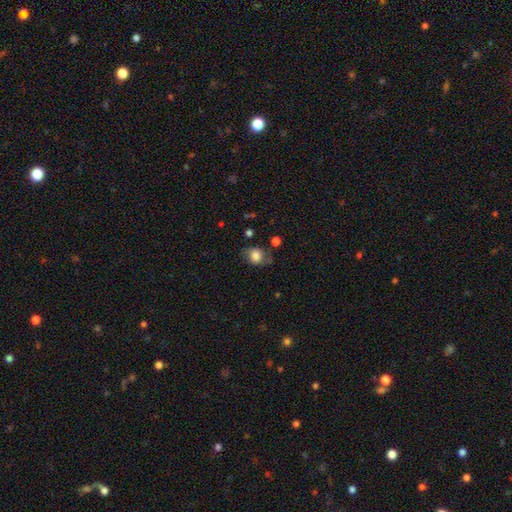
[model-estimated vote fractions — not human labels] A smooth galaxy with no disk features (75%) that is in between round and cigar-shaped (53%).

Vote fractions:
- Smooth or featured? smooth: 75% / featured or disk: 16% / star or artifact: 9%
- How rounded? in between: 53% / round: 46% / cigar-shaped: 1%
- Merging? none: 62% / minor disturbance: 24% / major disturbance: 10% / merger: 4%